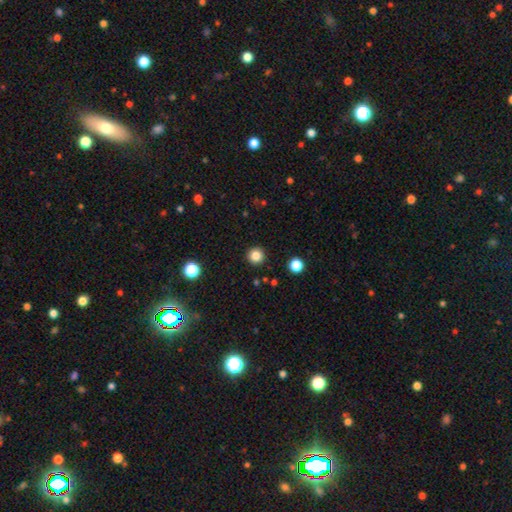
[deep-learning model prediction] Q: Smooth or featured?
A: smooth (84%); runner-up: star or artifact (12%)
Q: How rounded?
A: round (96%); runner-up: in between (3%)
Q: Merging?
A: none (92%); runner-up: minor disturbance (5%)